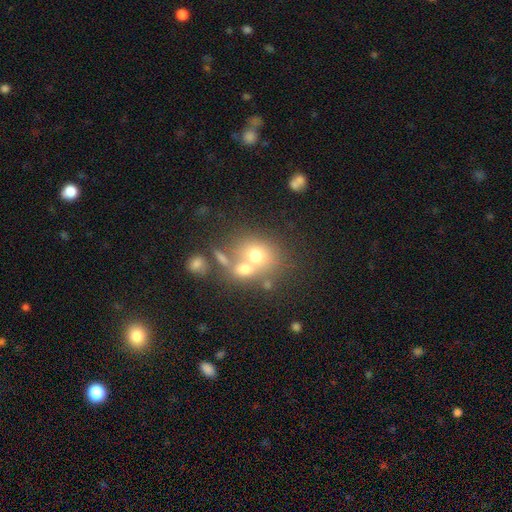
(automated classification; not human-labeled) A smooth galaxy with no disk features (67%) that is round (67%).

Vote fractions:
- Smooth or featured? smooth: 67% / featured or disk: 18% / star or artifact: 14%
- How rounded? round: 67% / in between: 32% / cigar-shaped: 1%
- Merging? merger: 47% / none: 38% / minor disturbance: 9% / major disturbance: 6%